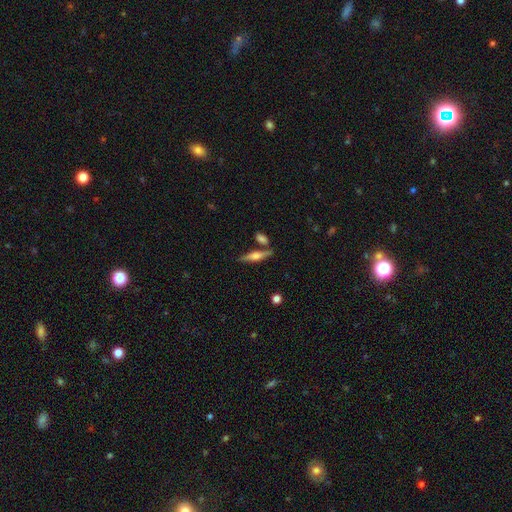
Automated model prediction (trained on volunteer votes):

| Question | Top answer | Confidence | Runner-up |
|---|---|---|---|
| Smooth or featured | featured or disk | 60% | smooth (33%) |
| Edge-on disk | yes | 96% | no (4%) |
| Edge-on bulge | rounded | 85% | boxy (11%) |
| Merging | none | 76% | merger (11%) |